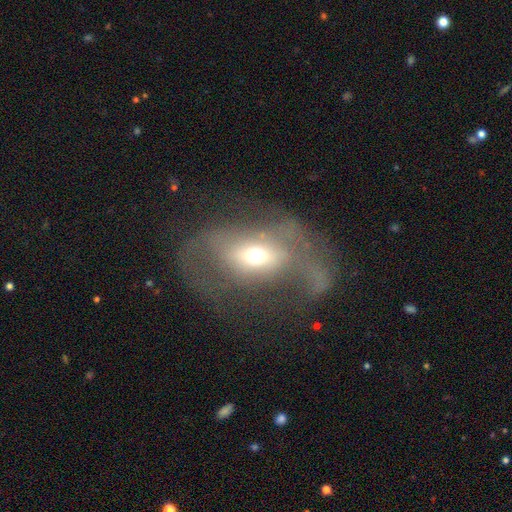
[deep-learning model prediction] Smooth or featured?
  - featured or disk: 59% *
  - smooth: 32%
  - star or artifact: 9%
Edge-on disk?
  - no: 89% *
  - yes: 11%
Bar?
  - no: 56% *
  - weak: 27%
  - strong: 17%
Spiral arms?
  - no: 54% *
  - yes: 46%
Bulge size?
  - moderate: 61% *
  - small: 26%
  - large: 10%
  - dominant: 2%
  - none: 1%
Merging?
  - major disturbance: 59% *
  - none: 22%
  - minor disturbance: 14%
  - merger: 5%